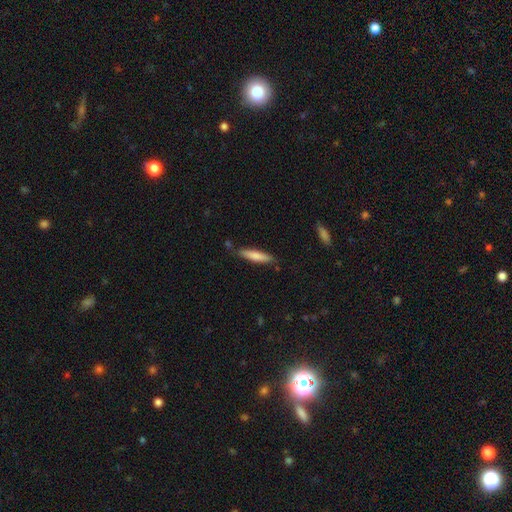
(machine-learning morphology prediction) smooth_or_featured: smooth (p=0.76) [alt: featured or disk p=0.19]
how_rounded: cigar-shaped (p=0.84) [alt: in between p=0.15]
merging: none (p=0.81) [alt: minor disturbance p=0.14]